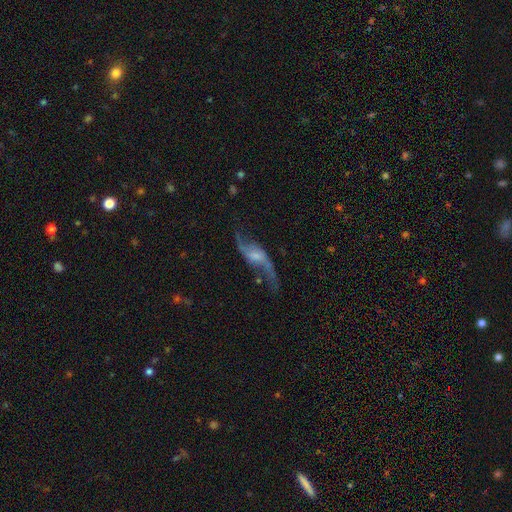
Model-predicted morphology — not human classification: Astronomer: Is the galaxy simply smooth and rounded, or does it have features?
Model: featured or disk — 84%.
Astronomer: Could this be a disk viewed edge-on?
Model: no — 89%.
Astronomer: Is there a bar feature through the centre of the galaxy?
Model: no — 43%, tied with weak at 43%.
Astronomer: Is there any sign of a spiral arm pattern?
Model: yes — 93%.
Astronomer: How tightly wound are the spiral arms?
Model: loose — 90%.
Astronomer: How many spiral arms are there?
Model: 2 — 92%.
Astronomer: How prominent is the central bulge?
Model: small — 40% (runner-up: moderate, 29%).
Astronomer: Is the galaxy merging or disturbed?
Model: none — 63%.